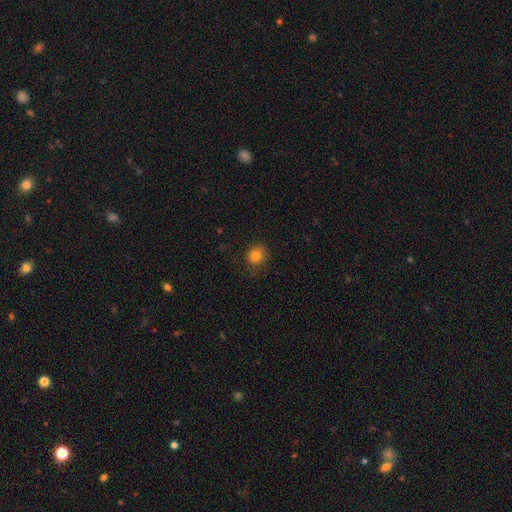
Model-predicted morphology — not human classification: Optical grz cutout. It shows a smooth galaxy with no disk features (81%) that is round (83%). Merging: none (83%).